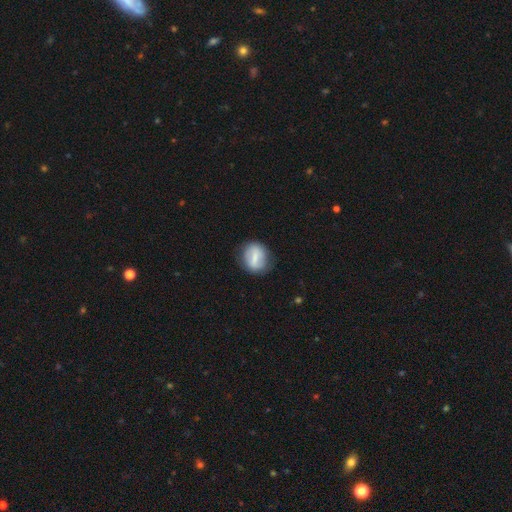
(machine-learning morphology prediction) This appears to be a smooth galaxy with no disk features (57%) that is round (57%). Merging: none (78%).